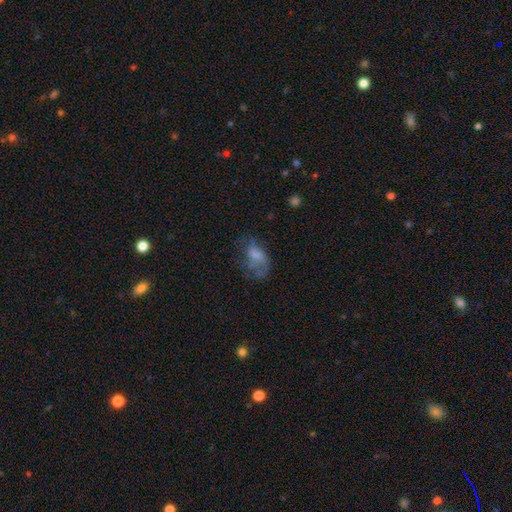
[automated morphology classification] A smooth galaxy with no disk features (53%) that is in between round and cigar-shaped (85%).

Vote fractions:
- Smooth or featured? smooth: 53% / featured or disk: 35% / star or artifact: 12%
- How rounded? in between: 85% / round: 12% / cigar-shaped: 3%
- Merging? major disturbance: 36% (tied) / none: 36% (tied) / minor disturbance: 25% / merger: 4%